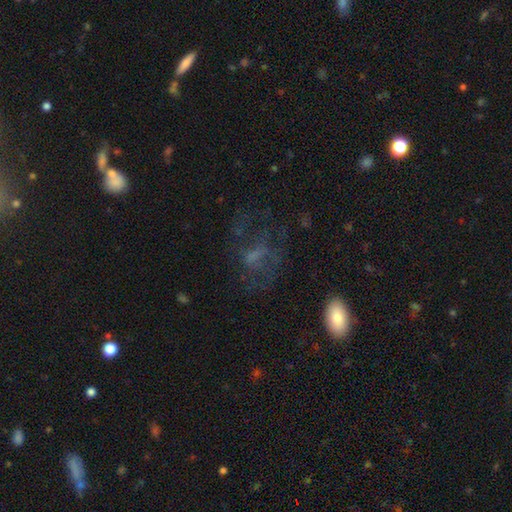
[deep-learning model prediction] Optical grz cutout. It shows a featured or disk galaxy (41%). Merging: none (48%).